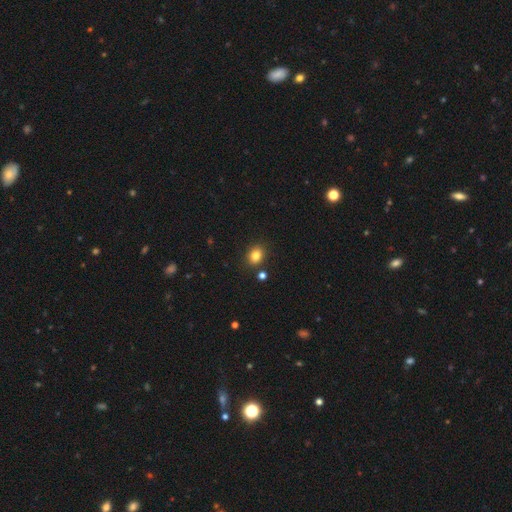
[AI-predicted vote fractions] smooth_or_featured: smooth (p=0.81) [alt: star or artifact p=0.12]
how_rounded: round (p=0.56) [alt: in between p=0.43]
merging: none (p=0.85) [alt: minor disturbance p=0.09]